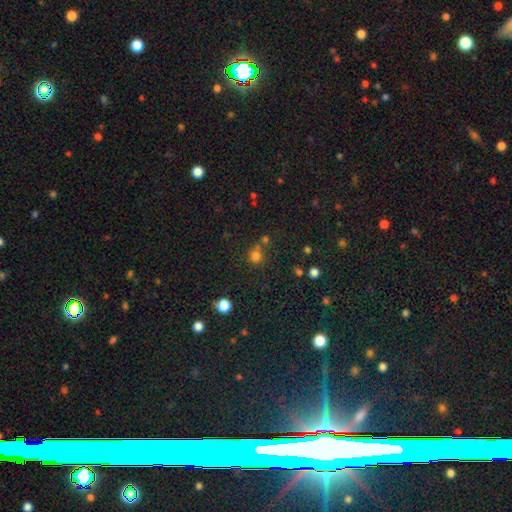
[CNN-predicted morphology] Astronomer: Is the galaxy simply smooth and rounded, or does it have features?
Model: smooth — 74%.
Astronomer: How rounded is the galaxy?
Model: round — 88%.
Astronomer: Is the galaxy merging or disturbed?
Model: none — 62%.